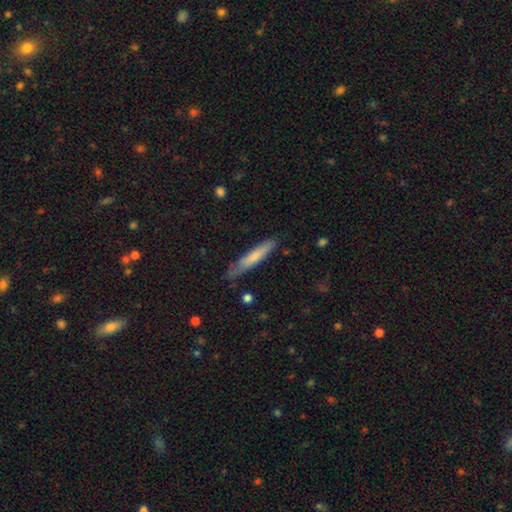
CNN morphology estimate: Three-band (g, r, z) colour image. It shows a smooth galaxy with no disk features (72%) that is cigar-shaped (89%). Merging: none (73%).